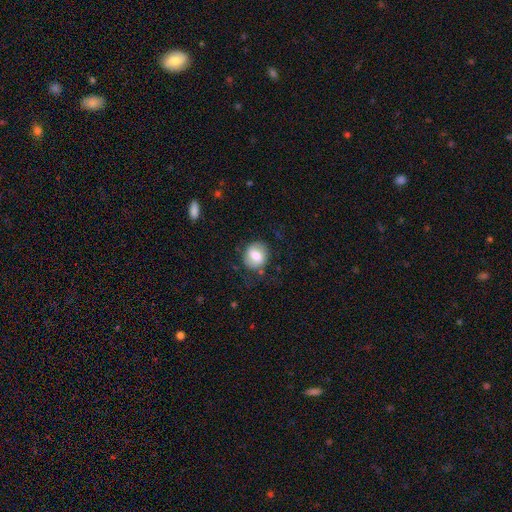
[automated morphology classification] smooth_or_featured: smooth (p=0.71) [alt: featured or disk p=0.22]
how_rounded: round (p=0.71) [alt: in between p=0.28]
merging: none (p=0.72) [alt: minor disturbance p=0.18]